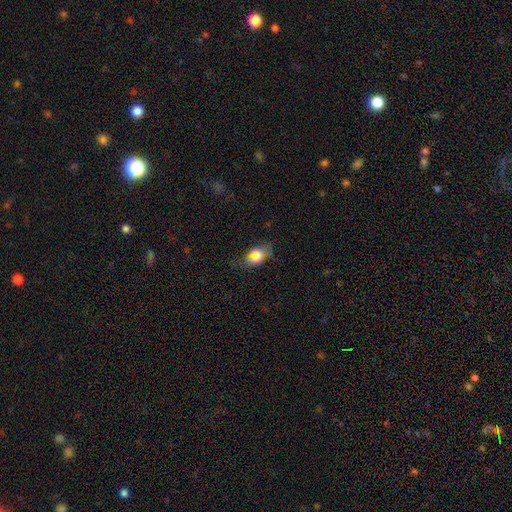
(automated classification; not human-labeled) The model was most divided on "smooth or featured": smooth: 59%, star or artifact: 26%, featured or disk: 15%. More confident: how rounded — in between (81%); merging — none (64%).